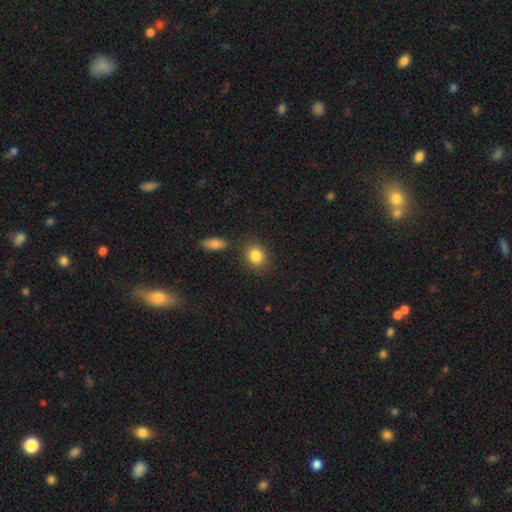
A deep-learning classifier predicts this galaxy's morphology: Smooth or featured: smooth — 86% (star or artifact — 8%)
How rounded: round — 61% (in between — 38%)
Merging: none — 78% (minor disturbance — 11%)